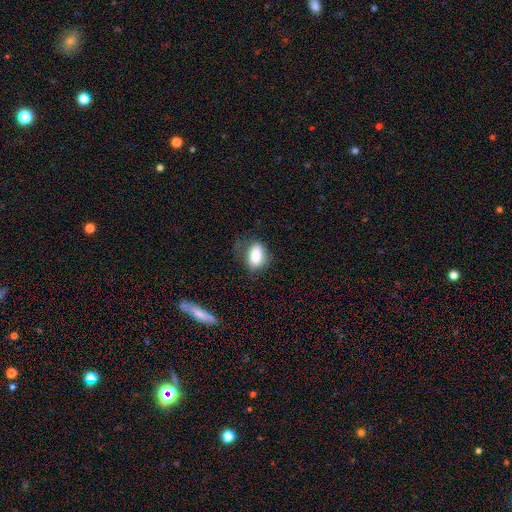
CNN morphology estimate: type=smooth (82%); roundness=in between (86%); merging=none (51%).